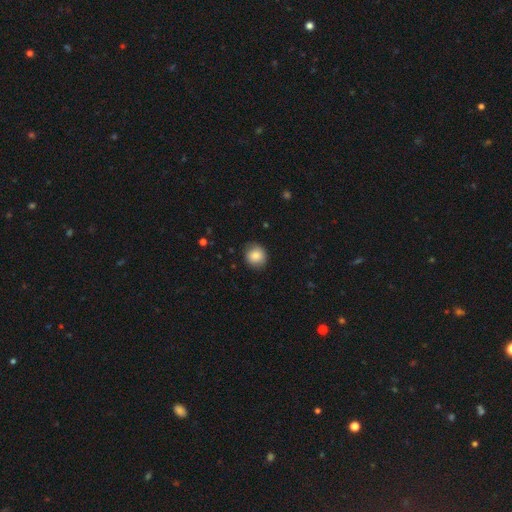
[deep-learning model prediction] A smooth galaxy with no disk features (83%) that is round (89%). Merging: none (85%).